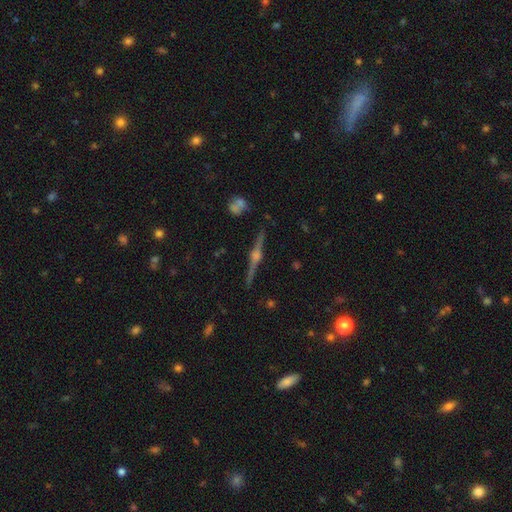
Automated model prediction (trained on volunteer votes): smooth-or-featured: featured or disk: 86% | star or artifact: 7% | smooth: 7%
  disk-edge-on: yes: 98% | no: 2%
    edge-on-bulge: rounded: 92% | boxy: 6% | none: 3%
  merging: none: 91% | minor disturbance: 6% | major disturbance: 2% | merger: 1%